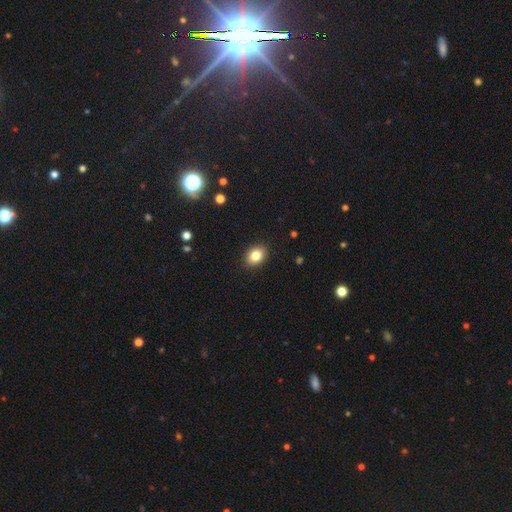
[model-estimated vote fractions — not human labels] Smooth or featured? Predicted: smooth (p=0.83). How rounded? Predicted: in between (p=0.64). Merging? Predicted: none (p=0.90).